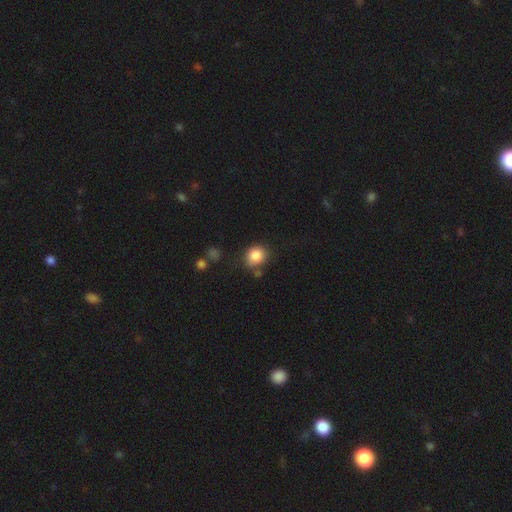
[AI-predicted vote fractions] smooth 85%, star or artifact 10%, featured or disk 5%. Down the decision tree: how rounded — round (79%); merging — none (73%).